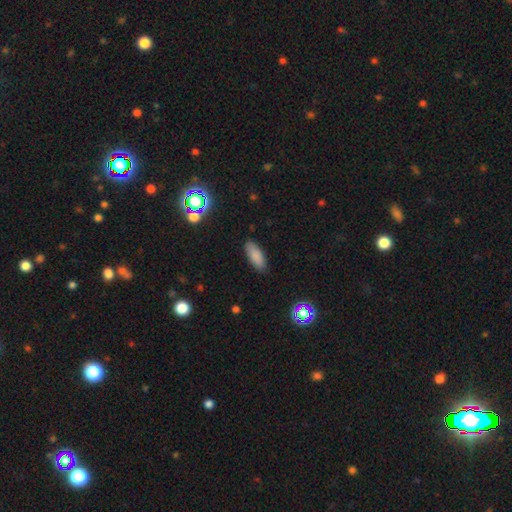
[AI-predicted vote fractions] A smooth galaxy with no disk features (85%) that is in between round and cigar-shaped (78%).

Vote fractions:
- Smooth or featured? smooth: 85% / star or artifact: 9% / featured or disk: 6%
- How rounded? in between: 78% / cigar-shaped: 20% / round: 2%
- Merging? none: 86% / minor disturbance: 11% / major disturbance: 2% / merger: 1%